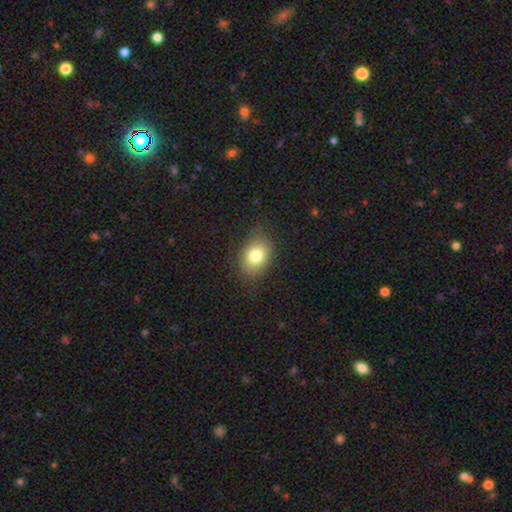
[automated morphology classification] The model was most divided on "how rounded": in between: 68%, round: 31%, cigar-shaped: 1%. More confident: merging — none (82%); smooth or featured — smooth (79%).